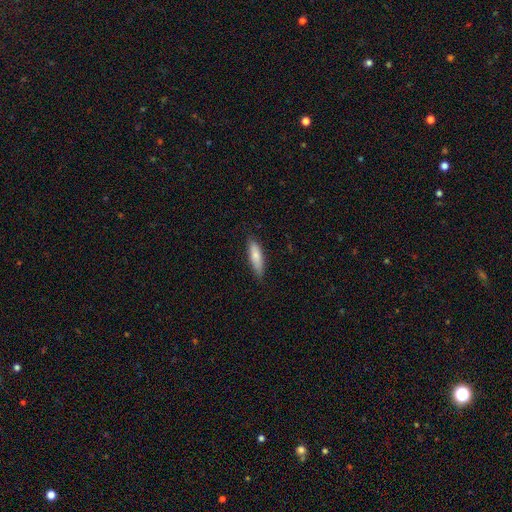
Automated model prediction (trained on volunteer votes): This is likely a smooth galaxy (77%). How rounded: possibly cigar-shaped (59%). Merging: clearly none (82%).